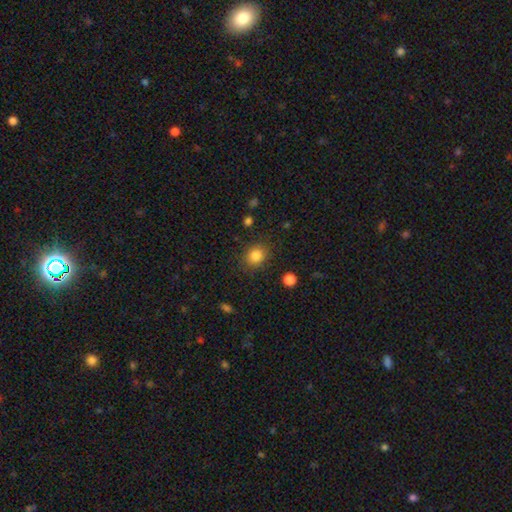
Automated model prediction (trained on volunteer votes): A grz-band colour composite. It shows a smooth galaxy with no disk features (85%) that is round (75%). Merging: none (86%).